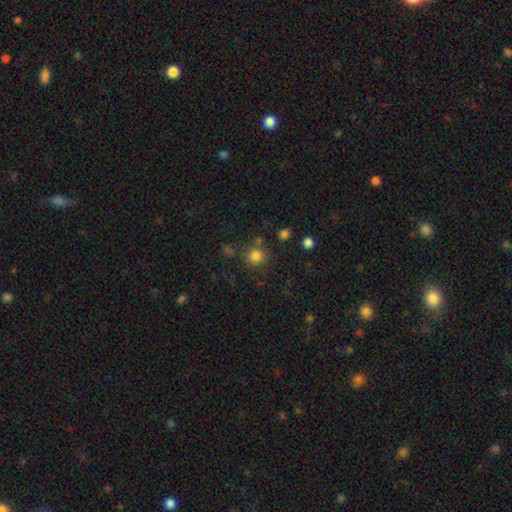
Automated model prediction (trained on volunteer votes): smooth 81%, star or artifact 13%, featured or disk 5%. Down the decision tree: how rounded — round (91%); merging — none (78%).